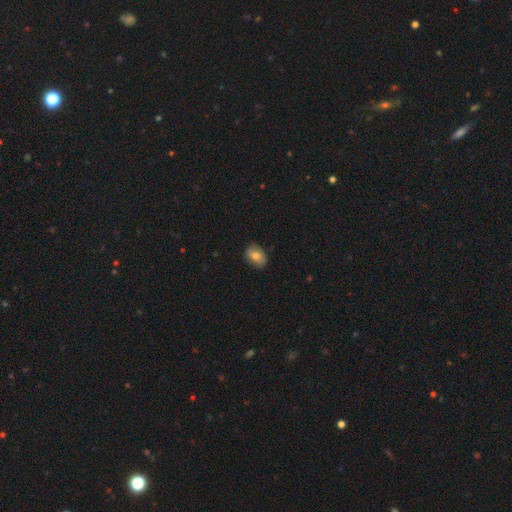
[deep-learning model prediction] Smooth or featured? Predicted: smooth (p=0.75). How rounded? Predicted: in between (p=0.77). Merging? Predicted: none (p=0.82).